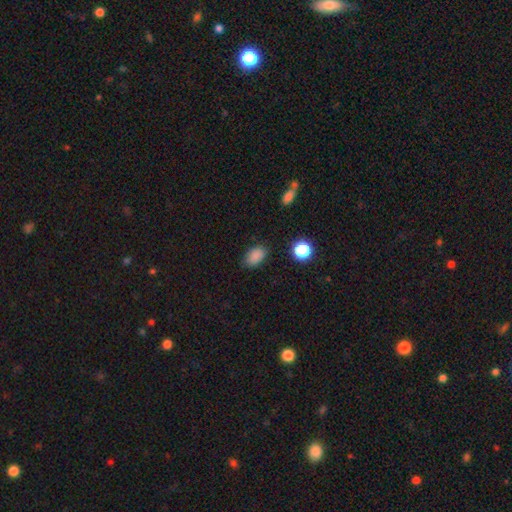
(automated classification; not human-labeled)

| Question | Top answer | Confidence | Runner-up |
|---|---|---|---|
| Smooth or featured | smooth | 85% | star or artifact (11%) |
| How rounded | in between | 86% | round (12%) |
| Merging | none | 82% | minor disturbance (13%) |